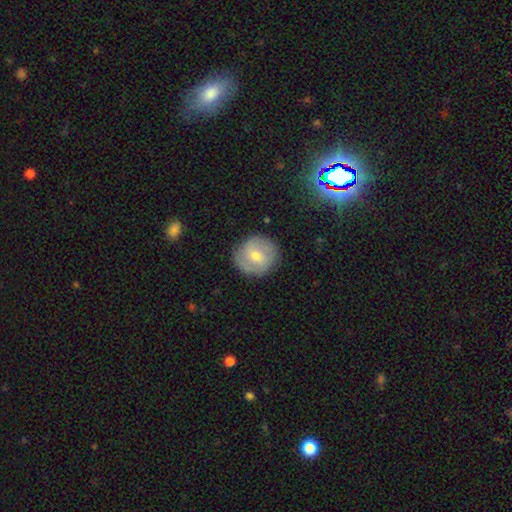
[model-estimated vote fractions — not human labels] A featured or disk galaxy (48%).

Vote fractions:
- Smooth or featured? featured or disk: 48% / smooth: 45% / star or artifact: 7%
- Merging? none: 84% / minor disturbance: 12% / major disturbance: 3% / merger: 1%